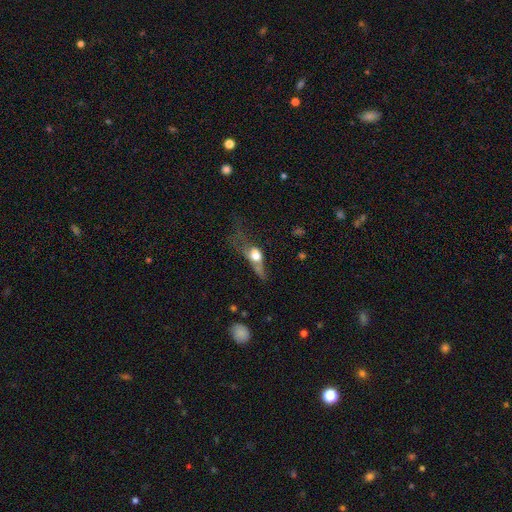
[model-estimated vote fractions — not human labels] Smooth or featured: smooth — 58% (featured or disk — 32%)
How rounded: in between — 55% (round — 29%)
Merging: major disturbance — 56% (minor disturbance — 17%)